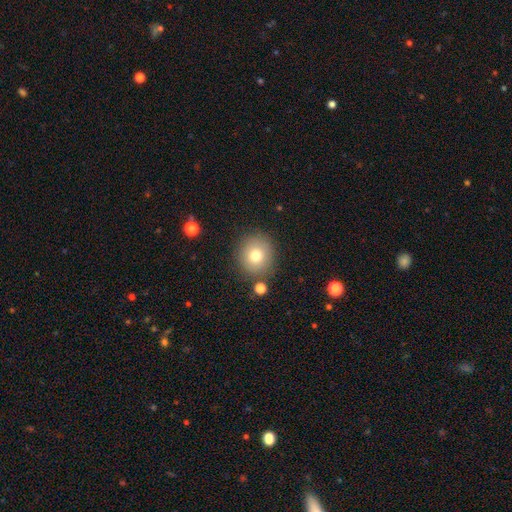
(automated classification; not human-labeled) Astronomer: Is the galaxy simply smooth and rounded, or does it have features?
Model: smooth — 77%.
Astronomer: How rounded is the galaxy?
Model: round — 86%.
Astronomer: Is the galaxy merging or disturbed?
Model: none — 83%.